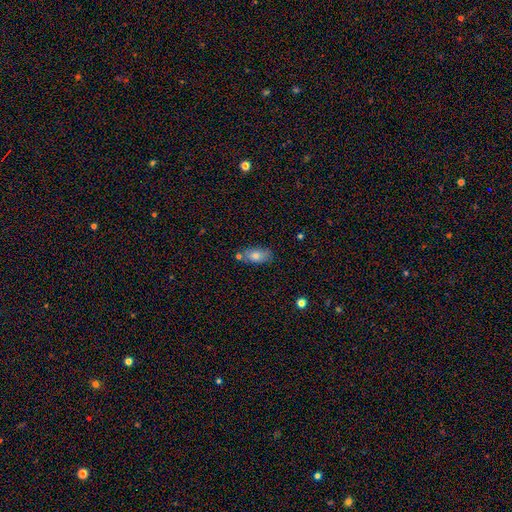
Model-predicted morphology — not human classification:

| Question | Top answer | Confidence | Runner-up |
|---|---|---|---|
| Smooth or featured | smooth | 76% | featured or disk (16%) |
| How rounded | in between | 89% | cigar-shaped (6%) |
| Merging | none | 68% | minor disturbance (17%) |